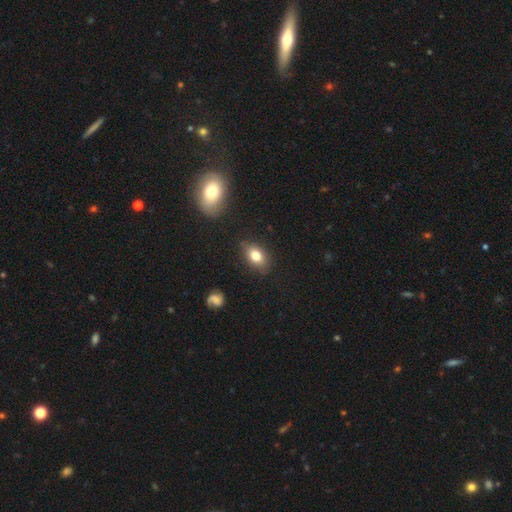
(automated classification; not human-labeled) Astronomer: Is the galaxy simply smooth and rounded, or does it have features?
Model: smooth — 78%.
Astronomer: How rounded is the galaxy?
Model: in between — 81%.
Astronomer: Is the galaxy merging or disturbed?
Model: none — 80%.